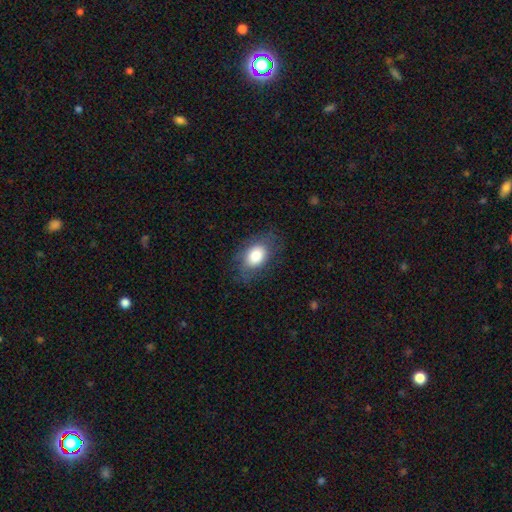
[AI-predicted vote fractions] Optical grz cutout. It shows a smooth galaxy with no disk features (78%) that is in between round and cigar-shaped (84%). Merging: none (73%).